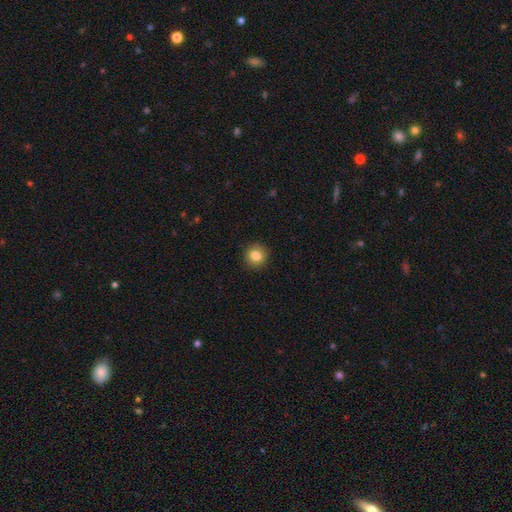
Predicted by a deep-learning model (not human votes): Smooth or featured? smooth (84%)
How rounded? round (91%)
Merging? none (92%)